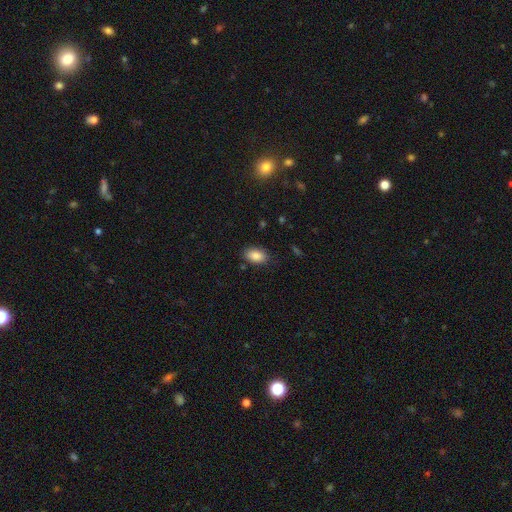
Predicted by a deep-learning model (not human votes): smooth 87%, star or artifact 8%, featured or disk 5%. Down the decision tree: how rounded — in between (91%); merging — none (84%).